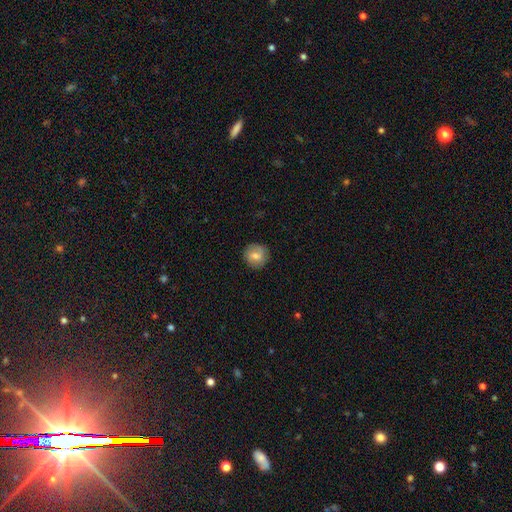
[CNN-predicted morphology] Overall: smooth (74%). How rounded: round (91%). Merging: none (86%).